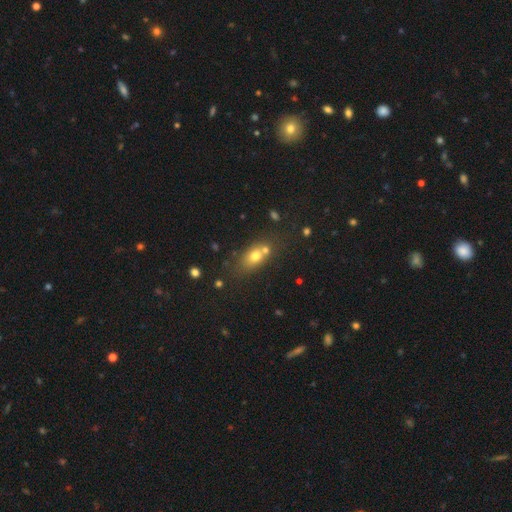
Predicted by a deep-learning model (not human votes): Smooth or featured? Predicted: smooth (p=0.68). How rounded? Predicted: in between (p=0.66). Merging? Predicted: none (p=0.50).